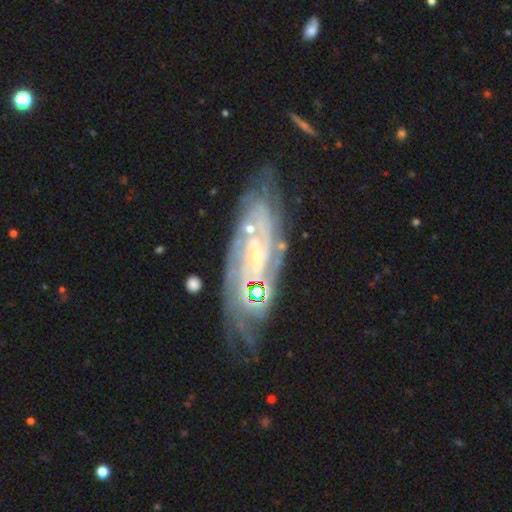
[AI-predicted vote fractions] Smooth or featured?
  - featured or disk: 85% *
  - smooth: 8%
  - star or artifact: 8%
Edge-on disk?
  - no: 88% *
  - yes: 12%
Bar?
  - no: 56% *
  - weak: 30%
  - strong: 14%
Spiral arms?
  - yes: 95% *
  - no: 5%
Spiral winding?
  - tight: 71% *
  - medium: 24%
  - loose: 6%
Spiral arm count?
  - can't tell: 37% *
  - 2: 20%
  - 3: 14%
  - 4: 13%
  - more than 4: 10%
  - 1: 6%
Bulge size?
  - small: 77% *
  - moderate: 11%
  - none: 9%
  - large: 1%
  - dominant: 1%
Merging?
  - none: 71% *
  - minor disturbance: 18%
  - major disturbance: 7%
  - merger: 4%